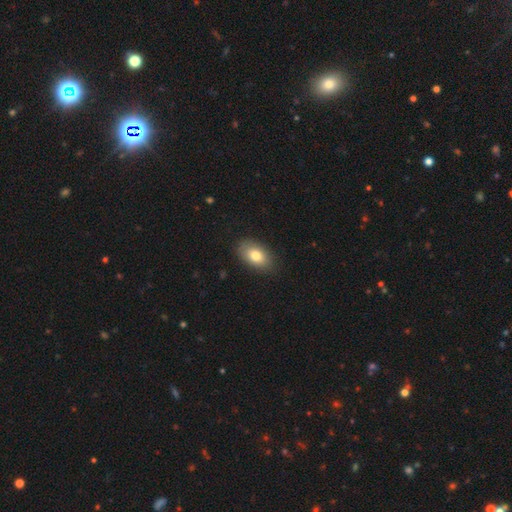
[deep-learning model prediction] smooth 79%, featured or disk 14%, star or artifact 8%. Down the decision tree: how rounded — in between (91%); merging — none (85%).